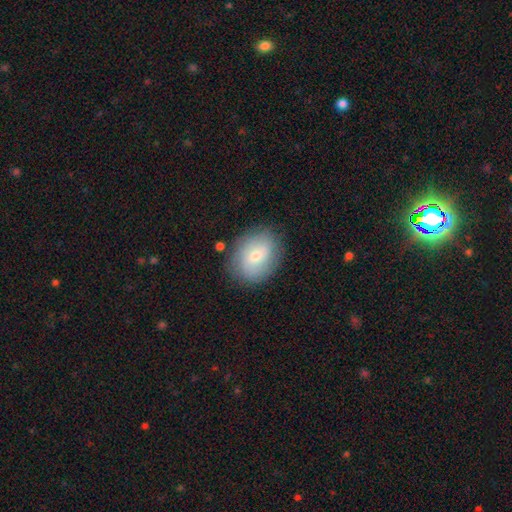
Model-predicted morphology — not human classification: The model was most divided on "how rounded": in between: 55%, round: 44%, cigar-shaped: 1%. More confident: merging — none (82%); smooth or featured — smooth (60%).